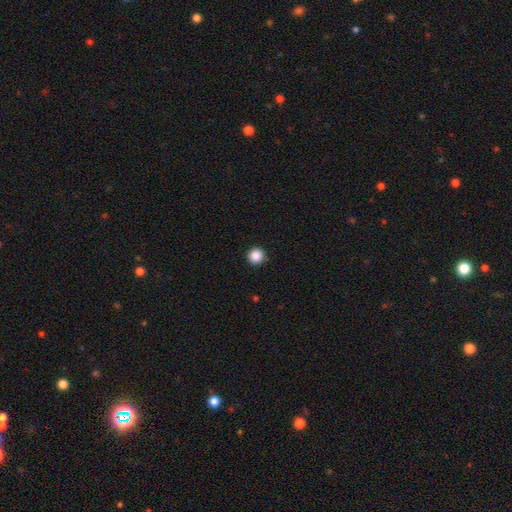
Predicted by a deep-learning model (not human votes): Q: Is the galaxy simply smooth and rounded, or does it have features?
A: smooth — 87%.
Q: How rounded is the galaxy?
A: round — 95%.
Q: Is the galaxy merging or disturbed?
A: none — 91%.